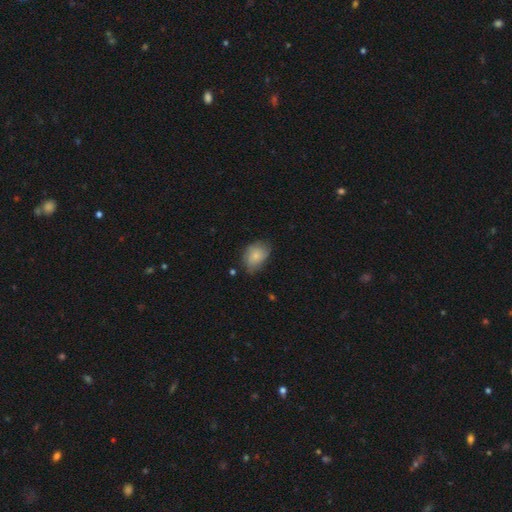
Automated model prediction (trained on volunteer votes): Smooth or featured: smooth — 77% (featured or disk — 15%)
How rounded: in between — 75% (round — 24%)
Merging: none — 59% (minor disturbance — 31%)